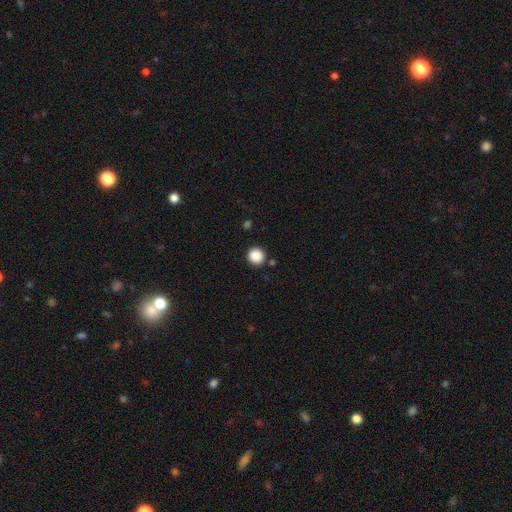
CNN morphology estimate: smooth 88%, star or artifact 9%, featured or disk 2%. Down the decision tree: how rounded — round (95%); merging — none (89%).